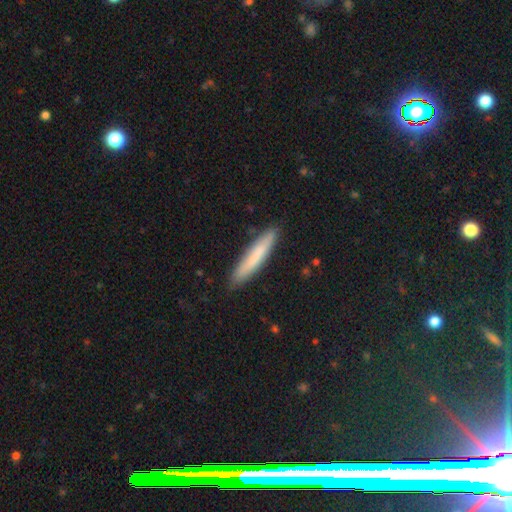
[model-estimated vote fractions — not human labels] smooth_or_featured: smooth (p=0.75) [alt: featured or disk p=0.19]
how_rounded: cigar-shaped (p=0.93) [alt: in between p=0.06]
merging: none (p=0.89) [alt: minor disturbance p=0.08]